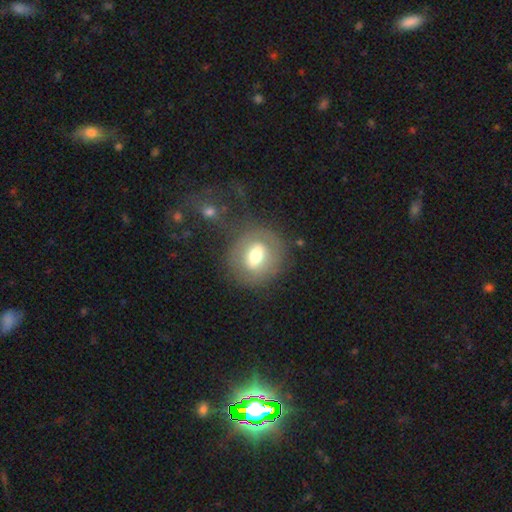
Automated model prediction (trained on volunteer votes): A smooth galaxy with no disk features (49%).

Vote fractions:
- Smooth or featured? smooth: 49% / featured or disk: 42% / star or artifact: 9%
- Merging? none: 67% / minor disturbance: 16% / major disturbance: 11% / merger: 6%